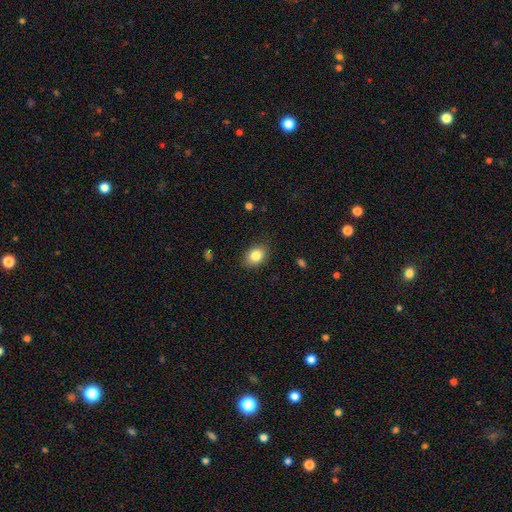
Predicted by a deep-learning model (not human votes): Smooth or featured: smooth — 84% (star or artifact — 9%)
How rounded: in between — 70% (round — 29%)
Merging: none — 86% (minor disturbance — 11%)